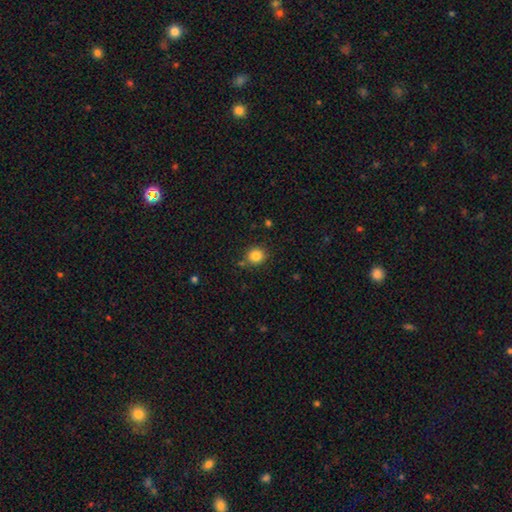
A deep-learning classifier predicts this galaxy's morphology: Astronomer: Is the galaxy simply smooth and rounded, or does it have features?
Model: smooth — 84%.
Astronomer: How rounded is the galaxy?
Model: round — 89%.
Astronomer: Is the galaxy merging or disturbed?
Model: none — 82%.